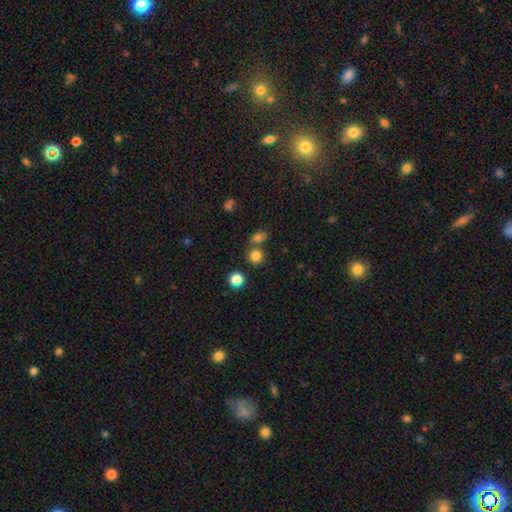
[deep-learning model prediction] Smooth or featured?
  - smooth: 81% *
  - star or artifact: 14%
  - featured or disk: 5%
How rounded?
  - round: 86% *
  - in between: 13%
  - cigar-shaped: 1%
Merging?
  - none: 68% *
  - merger: 21%
  - minor disturbance: 8%
  - major disturbance: 3%